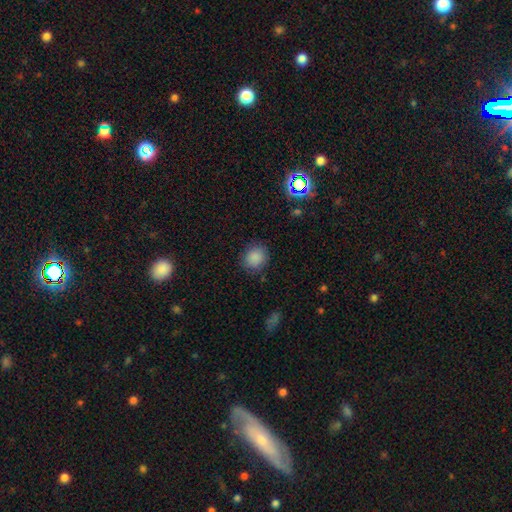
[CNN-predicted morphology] Q: Smooth or featured?
A: smooth (87%); runner-up: star or artifact (9%)
Q: How rounded?
A: round (75%); runner-up: in between (24%)
Q: Merging?
A: none (85%); runner-up: minor disturbance (11%)